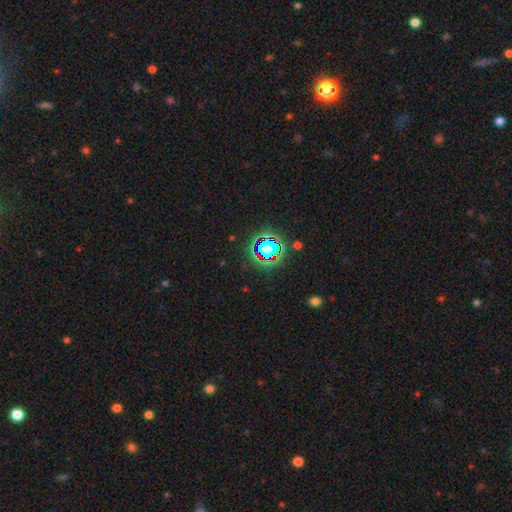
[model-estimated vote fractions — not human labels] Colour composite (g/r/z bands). It shows a star or artifact, not a galaxy (80%).